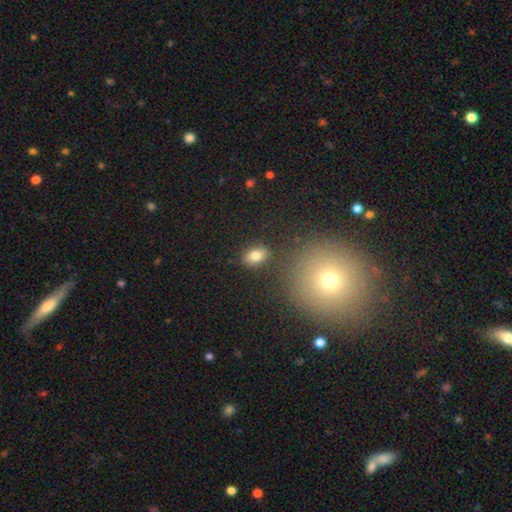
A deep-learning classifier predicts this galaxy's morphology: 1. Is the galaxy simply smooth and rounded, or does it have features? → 82% smooth, 10% star or artifact, 8% featured or disk.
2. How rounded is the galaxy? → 83% in between, 15% round, 2% cigar-shaped.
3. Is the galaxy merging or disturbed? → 84% none, 10% minor disturbance, 4% merger, 3% major disturbance.